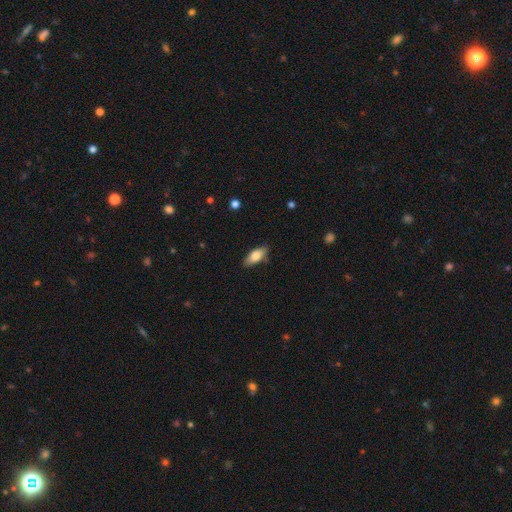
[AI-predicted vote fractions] Smooth or featured? smooth (77%)
How rounded? in between (83%)
Merging? none (83%)